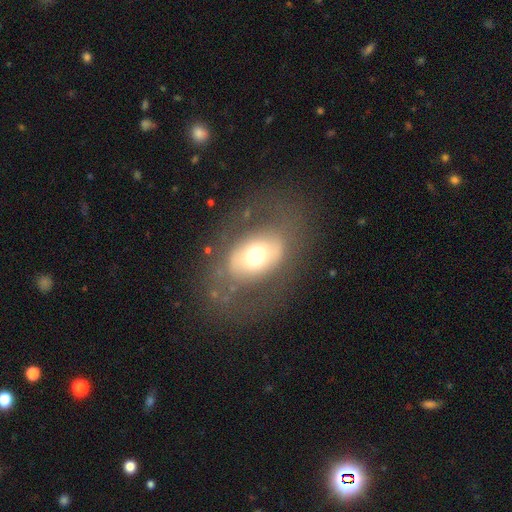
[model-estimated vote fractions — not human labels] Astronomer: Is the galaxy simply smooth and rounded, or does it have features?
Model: smooth — 52% (runner-up: featured or disk, 38%).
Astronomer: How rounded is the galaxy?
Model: in between — 76%.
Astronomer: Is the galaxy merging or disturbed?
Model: none — 71%.